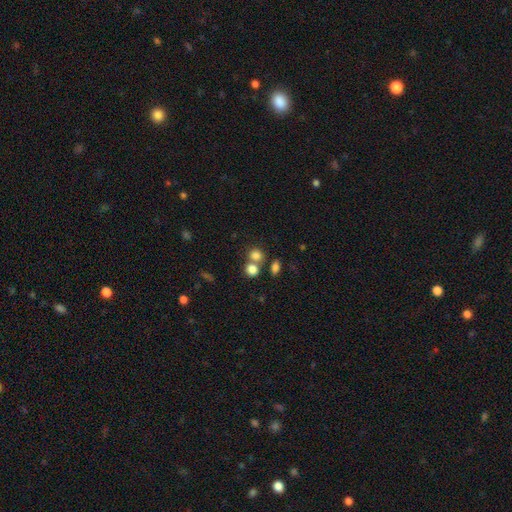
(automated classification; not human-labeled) A smooth galaxy with no disk features (79%) that is round (71%). Merging: none (49%).